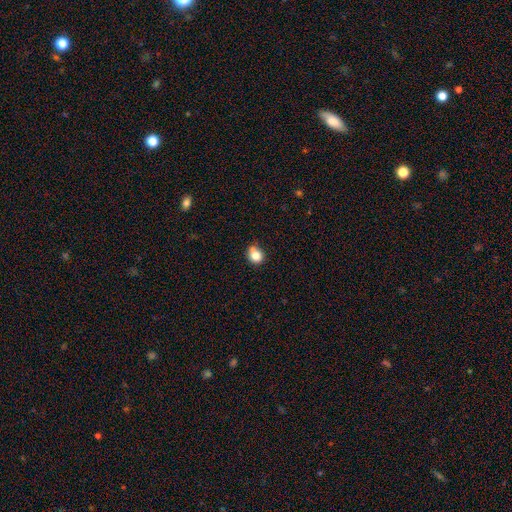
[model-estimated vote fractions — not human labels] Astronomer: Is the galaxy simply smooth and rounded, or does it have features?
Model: smooth — 81%.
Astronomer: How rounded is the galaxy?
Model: round — 74%.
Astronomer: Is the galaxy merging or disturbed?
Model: none — 58%.